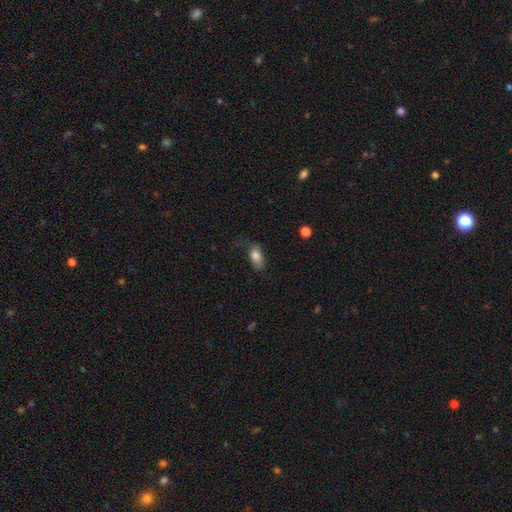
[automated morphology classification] This is likely a smooth galaxy (80%). How rounded: clearly in between (90%). Merging: marginally none (40%).